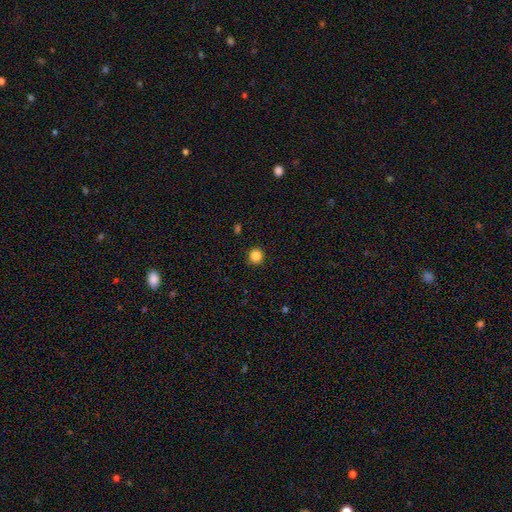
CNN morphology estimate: A smooth galaxy with no disk features (85%) that is round (95%). Merging: none (92%).